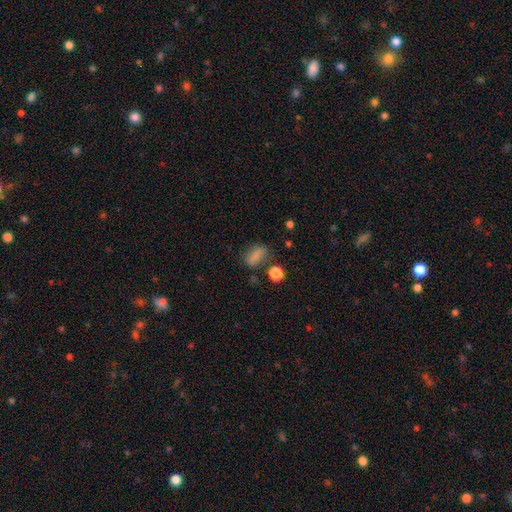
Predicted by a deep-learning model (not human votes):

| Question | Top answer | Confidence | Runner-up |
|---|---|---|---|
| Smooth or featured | smooth | 78% | star or artifact (13%) |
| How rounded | in between | 79% | round (16%) |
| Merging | none | 65% | minor disturbance (20%) |